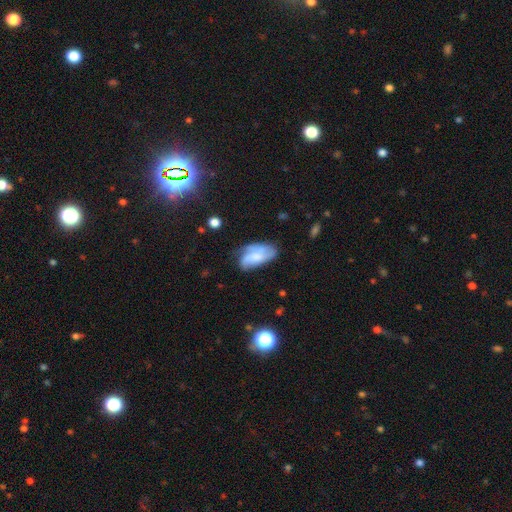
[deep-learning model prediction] Morphology: type=featured or disk (51%); edge-on=no (94%); merging=none (47%).